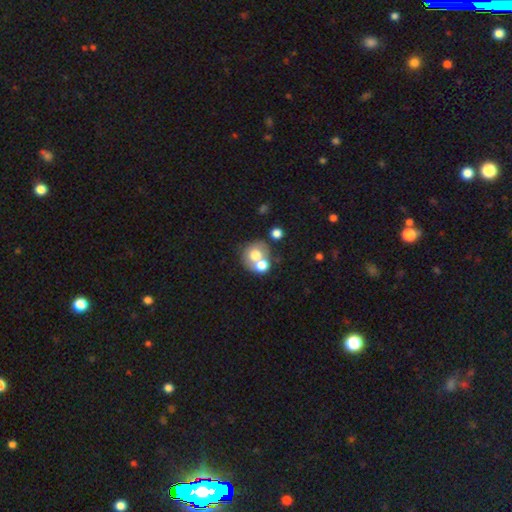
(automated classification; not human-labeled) A smooth galaxy with no disk features (64%) that is round (74%). Merging: merger (55%).